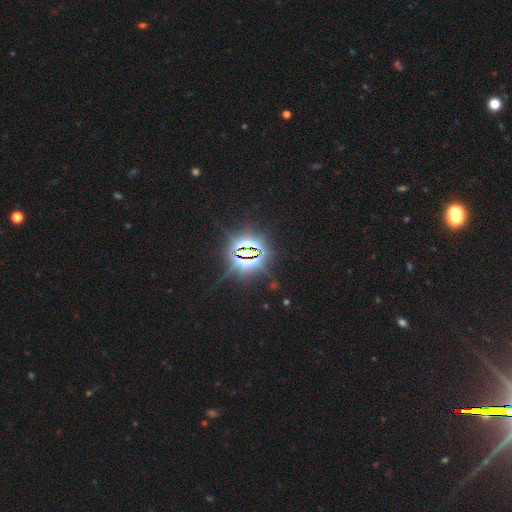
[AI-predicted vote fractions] Q: Smooth or featured?
A: star or artifact (85%); runner-up: featured or disk (7%)